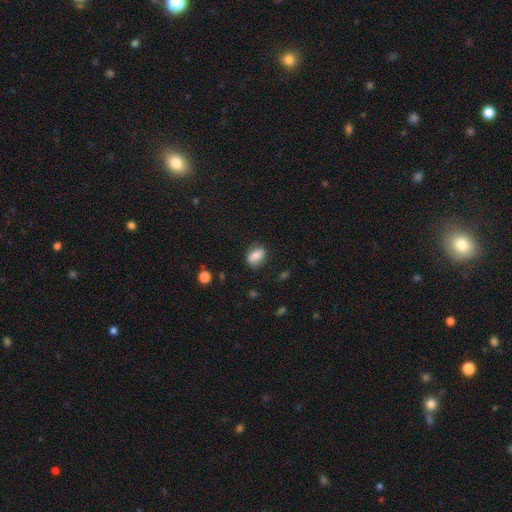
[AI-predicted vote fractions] Morphology: type=smooth (83%); roundness=in between (81%); merging=none (79%).